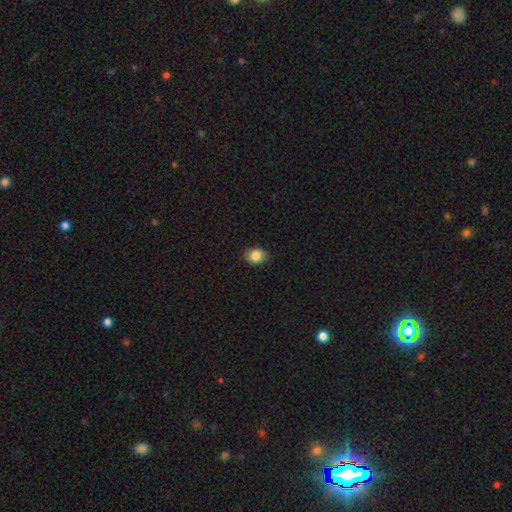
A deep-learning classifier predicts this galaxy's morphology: This appears to be a smooth galaxy with no disk features (85%) that is in between round and cigar-shaped (59%). Merging: none (83%).